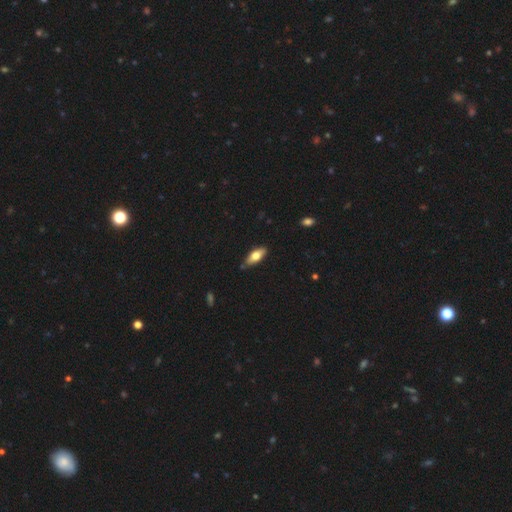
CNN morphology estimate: This appears to be a smooth galaxy with no disk features (65%) that is in between round and cigar-shaped (74%). Merging: none (80%).